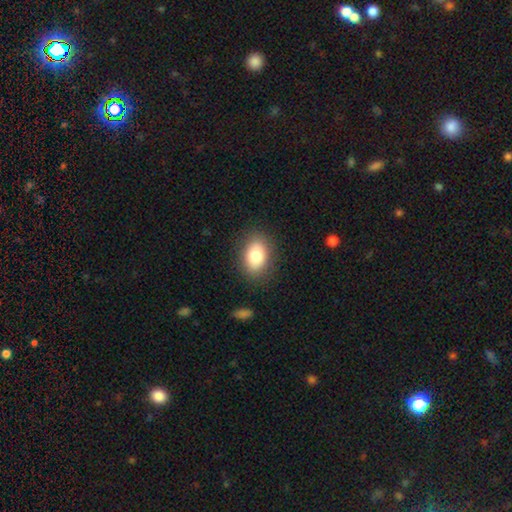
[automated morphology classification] Smooth or featured? Predicted: smooth (p=0.80). How rounded? Predicted: in between (p=0.80). Merging? Predicted: none (p=0.85).